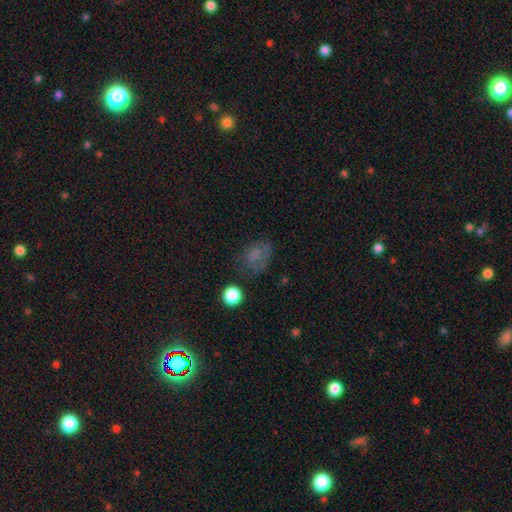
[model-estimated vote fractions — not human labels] smooth_or_featured: smooth (p=0.61) [alt: star or artifact p=0.22]
how_rounded: in between (p=0.64) [alt: round p=0.35]
merging: none (p=0.53) [alt: minor disturbance p=0.25]